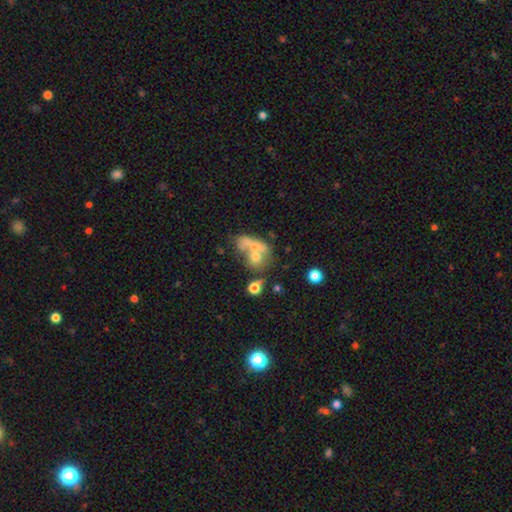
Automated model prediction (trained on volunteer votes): smooth 47%, featured or disk 36%, star or artifact 17%. Down the decision tree: merging — merger (52%).